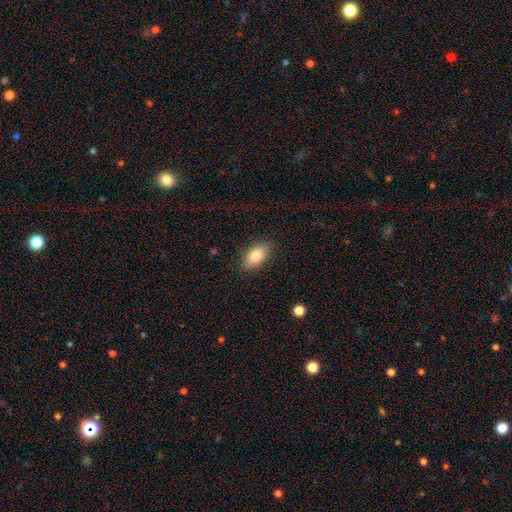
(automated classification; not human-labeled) A smooth galaxy with no disk features (84%) that is in between round and cigar-shaped (92%).

Vote fractions:
- Smooth or featured? smooth: 84% / featured or disk: 9% / star or artifact: 7%
- How rounded? in between: 92% / round: 5% / cigar-shaped: 3%
- Merging? none: 86% / minor disturbance: 10% / major disturbance: 3% / merger: 1%